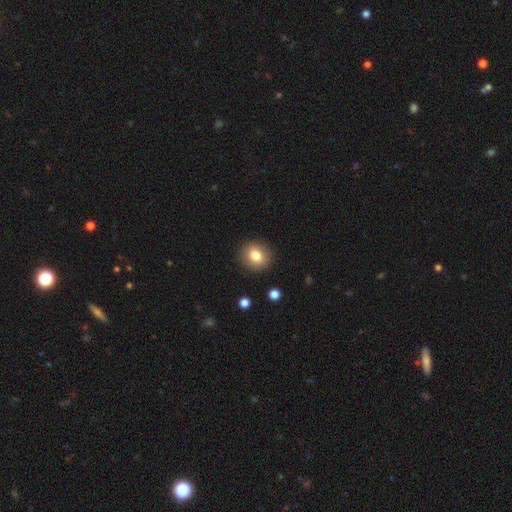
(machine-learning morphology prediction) Smooth or featured? Predicted: smooth (p=0.81). How rounded? Predicted: round (p=0.81). Merging? Predicted: none (p=0.90).